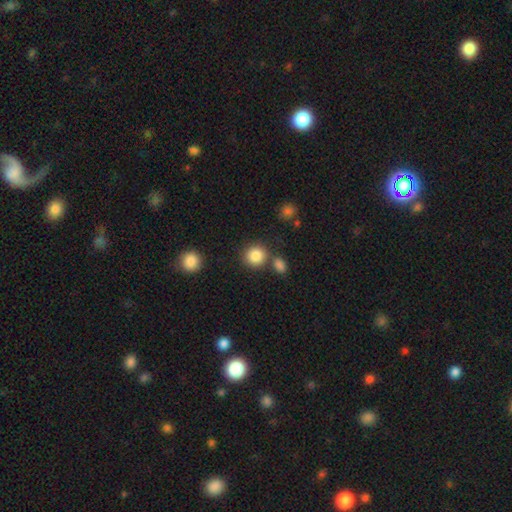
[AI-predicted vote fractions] smooth 86%, star or artifact 9%, featured or disk 5%. Down the decision tree: how rounded — round (88%); merging — none (72%).